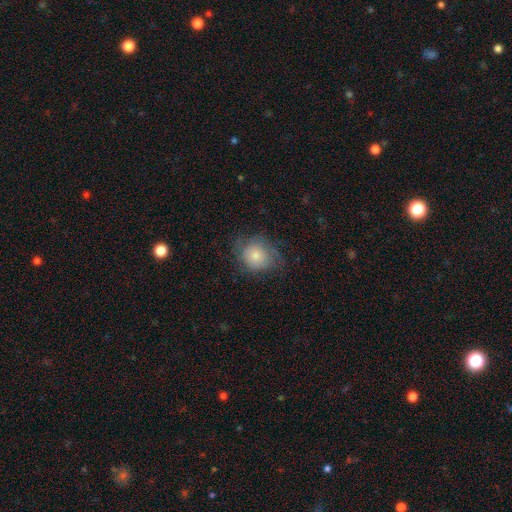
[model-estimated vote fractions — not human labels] smooth_or_featured: smooth (p=0.69) [alt: featured or disk p=0.22]
how_rounded: round (p=0.75) [alt: in between p=0.24]
merging: none (p=0.55) [alt: minor disturbance p=0.28]